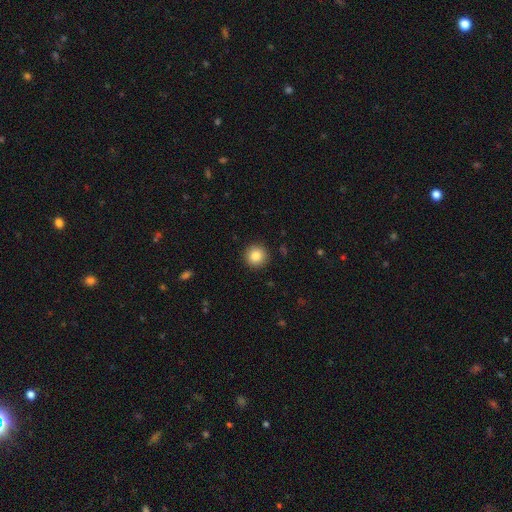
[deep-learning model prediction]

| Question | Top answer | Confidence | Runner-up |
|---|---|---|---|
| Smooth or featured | smooth | 85% | star or artifact (10%) |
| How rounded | round | 95% | in between (4%) |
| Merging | none | 92% | minor disturbance (5%) |